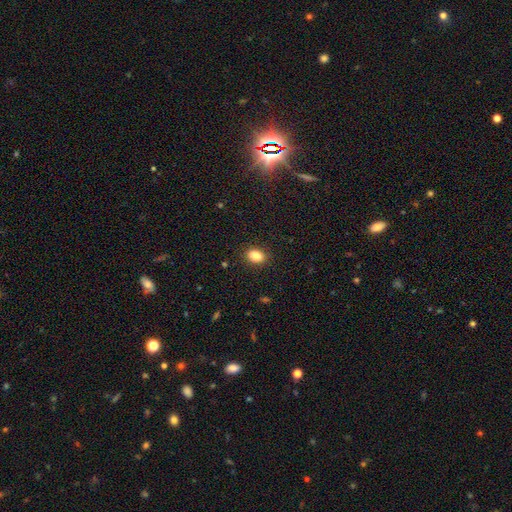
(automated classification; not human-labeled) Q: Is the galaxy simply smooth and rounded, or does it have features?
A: smooth — 86%.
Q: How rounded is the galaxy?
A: in between — 78%.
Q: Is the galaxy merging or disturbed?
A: none — 89%.